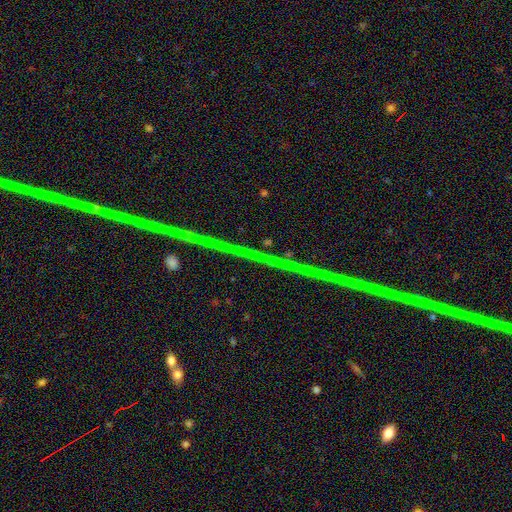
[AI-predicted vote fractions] This is likely a star or artifact rather than a galaxy (77%).